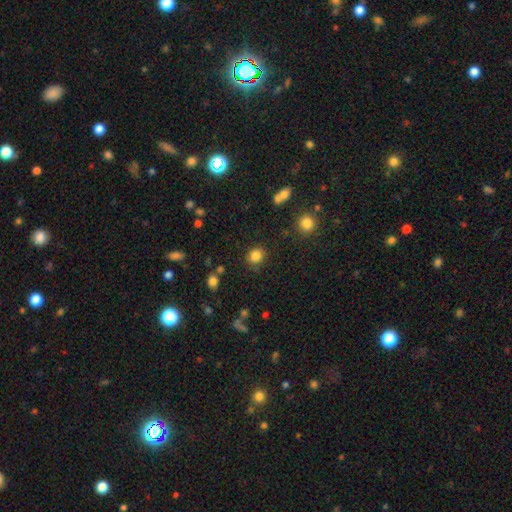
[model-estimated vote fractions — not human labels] The model was most divided on "how rounded": round: 78%, in between: 21%, cigar-shaped: 1%. More confident: merging — none (85%); smooth or featured — smooth (84%).